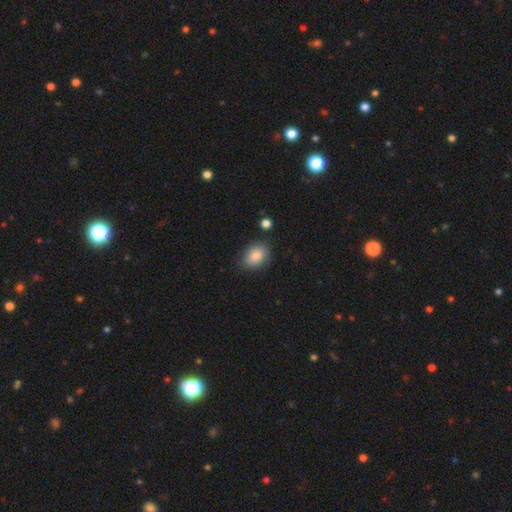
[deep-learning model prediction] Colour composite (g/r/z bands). It shows a smooth galaxy with no disk features (86%) that is in between round and cigar-shaped (71%). Merging: none (75%).